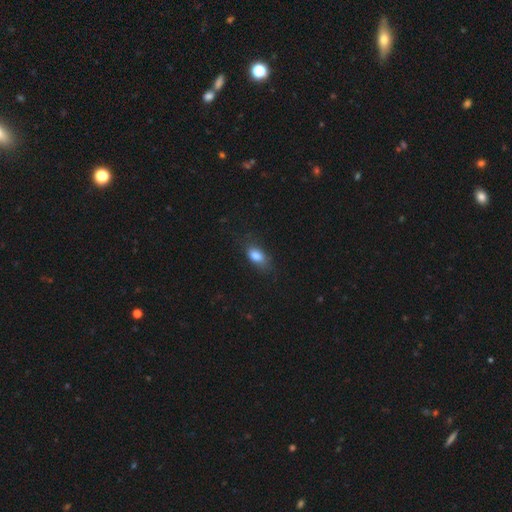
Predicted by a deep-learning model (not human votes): Smooth or featured? smooth (83%)
How rounded? in between (86%)
Merging? none (69%)